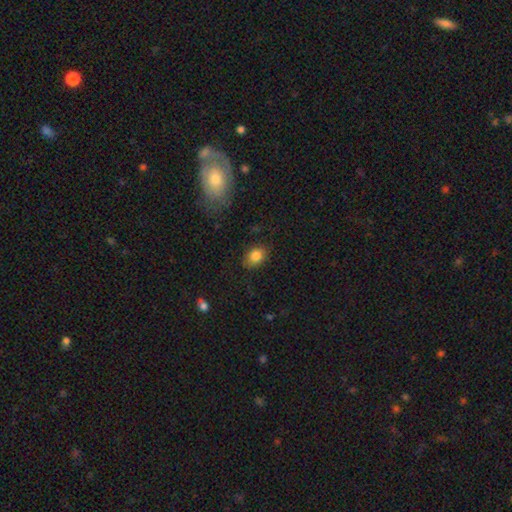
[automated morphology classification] Smooth or featured? smooth (83%)
How rounded? in between (69%)
Merging? none (81%)